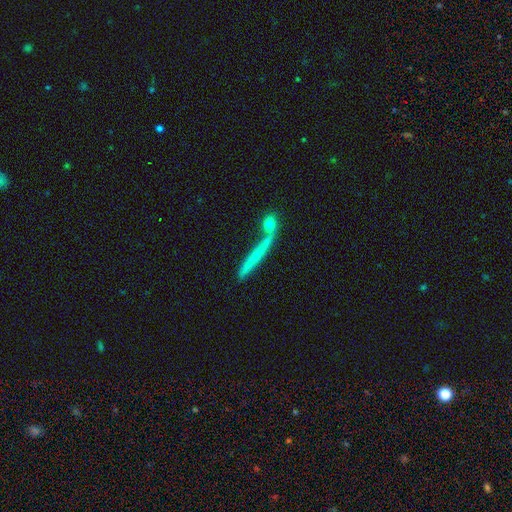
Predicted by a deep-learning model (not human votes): Smooth or featured?
  - featured or disk: 50% *
  - smooth: 41%
  - star or artifact: 9%
Edge-on disk?
  - yes: 84% *
  - no: 16%
Merging?
  - none: 50% *
  - merger: 30%
  - minor disturbance: 13%
  - major disturbance: 7%